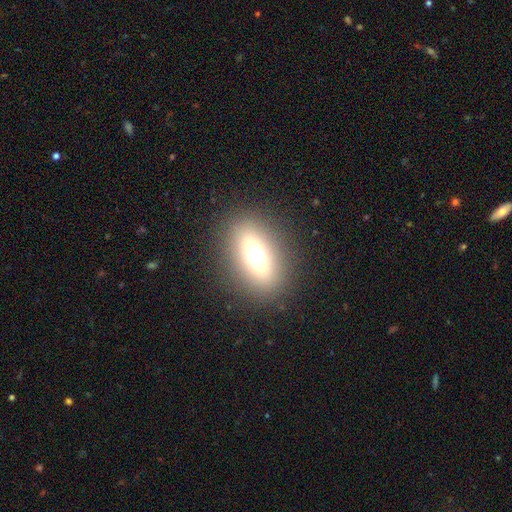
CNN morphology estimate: smooth_or_featured: smooth (p=0.60) [alt: featured or disk p=0.24]
how_rounded: in between (p=0.68) [alt: round p=0.24]
merging: none (p=0.87) [alt: minor disturbance p=0.08]